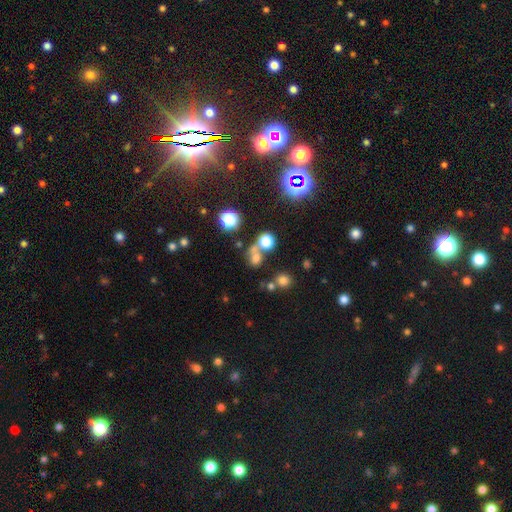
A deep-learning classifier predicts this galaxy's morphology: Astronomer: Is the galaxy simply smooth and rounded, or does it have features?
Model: smooth — 64%.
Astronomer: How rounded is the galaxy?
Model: round — 74%.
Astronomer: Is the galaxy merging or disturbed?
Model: none — 47% (runner-up: merger, 38%).